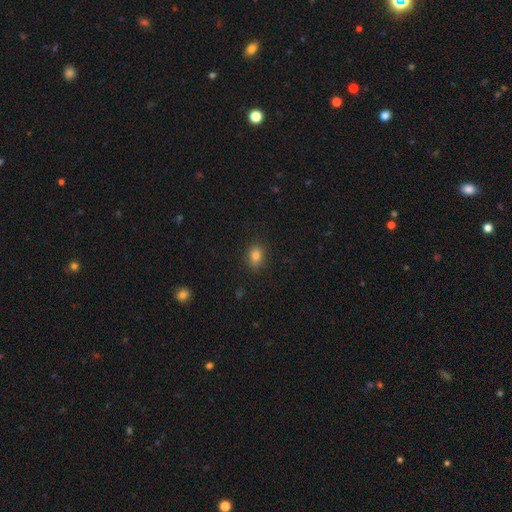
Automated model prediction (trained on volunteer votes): Smooth or featured?
  - smooth: 81% *
  - star or artifact: 11%
  - featured or disk: 7%
How rounded?
  - in between: 63% *
  - round: 35%
  - cigar-shaped: 2%
Merging?
  - none: 85% *
  - minor disturbance: 11%
  - major disturbance: 3%
  - merger: 1%